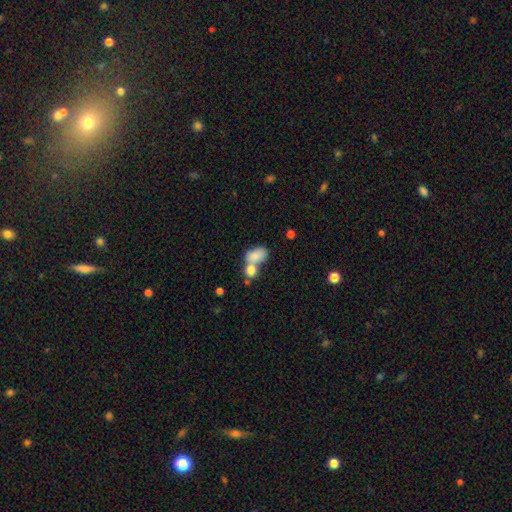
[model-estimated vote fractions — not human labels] A smooth galaxy with no disk features (81%) that is in between round and cigar-shaped (83%). Merging: merger (59%).